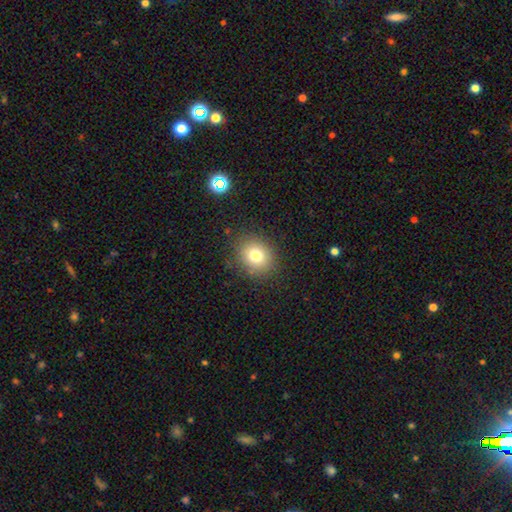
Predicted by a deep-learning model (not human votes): Overall: smooth (77%). How rounded: round (73%). Merging: none (87%).